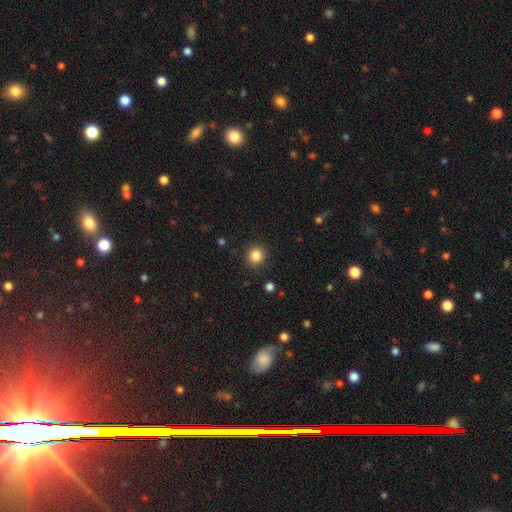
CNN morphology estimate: smooth 85%, star or artifact 11%, featured or disk 4%. Down the decision tree: how rounded — round (89%); merging — none (90%).